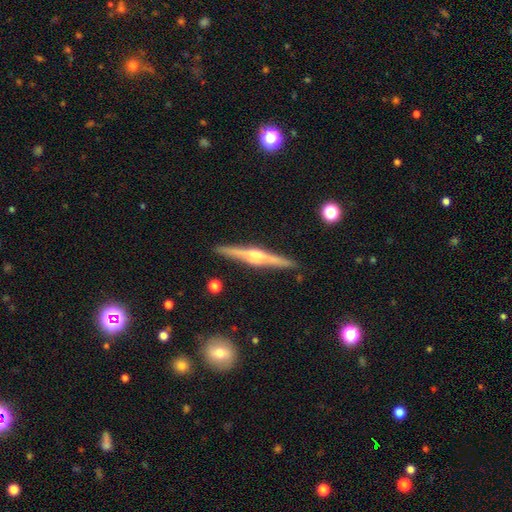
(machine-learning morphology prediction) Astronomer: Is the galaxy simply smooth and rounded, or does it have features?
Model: featured or disk — 81%.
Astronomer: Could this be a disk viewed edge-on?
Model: yes — 98%.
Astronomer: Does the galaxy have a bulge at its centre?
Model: rounded — 80%.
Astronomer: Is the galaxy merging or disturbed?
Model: none — 91%.